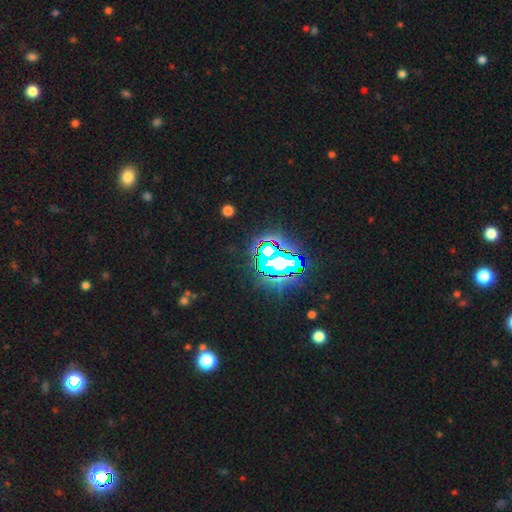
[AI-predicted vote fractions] This is clearly a star or artifact rather than a galaxy (82%).